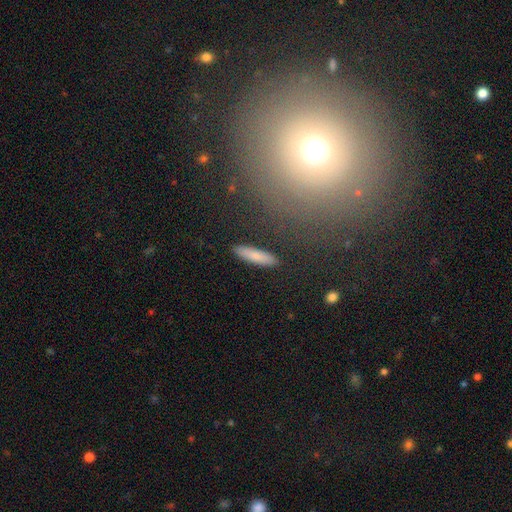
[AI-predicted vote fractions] A smooth galaxy with no disk features (81%) that is cigar-shaped (75%). Merging: none (89%).